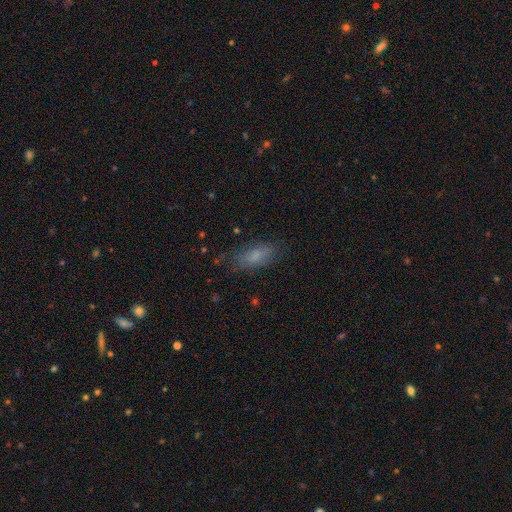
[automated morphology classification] type=smooth (74%); roundness=in between (73%); merging=none (74%).